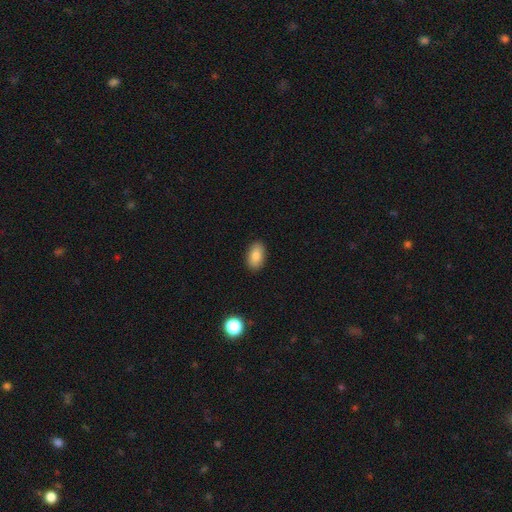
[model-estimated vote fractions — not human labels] smooth_or_featured: smooth (p=0.83) [alt: featured or disk p=0.09]
how_rounded: in between (p=0.92) [alt: round p=0.06]
merging: none (p=0.89) [alt: minor disturbance p=0.08]